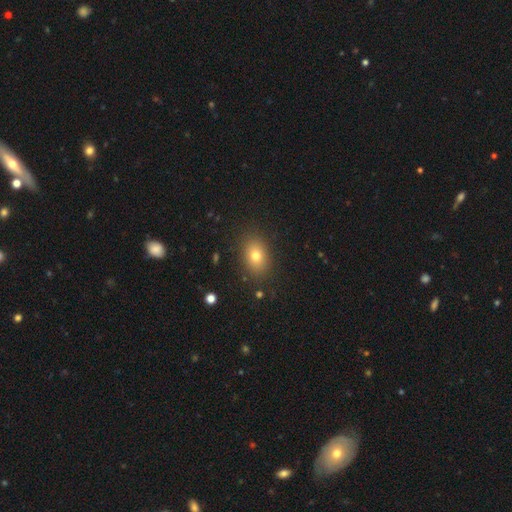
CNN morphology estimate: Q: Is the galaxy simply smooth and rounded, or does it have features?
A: smooth — 77%.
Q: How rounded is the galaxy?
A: in between — 73%.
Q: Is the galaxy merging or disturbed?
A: none — 86%.